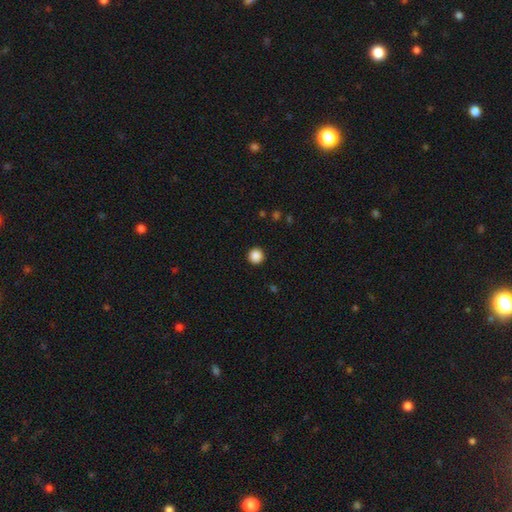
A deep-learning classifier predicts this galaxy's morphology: Q: Smooth or featured?
A: smooth (88%); runner-up: star or artifact (10%)
Q: How rounded?
A: round (96%); runner-up: in between (3%)
Q: Merging?
A: none (93%); runner-up: minor disturbance (4%)